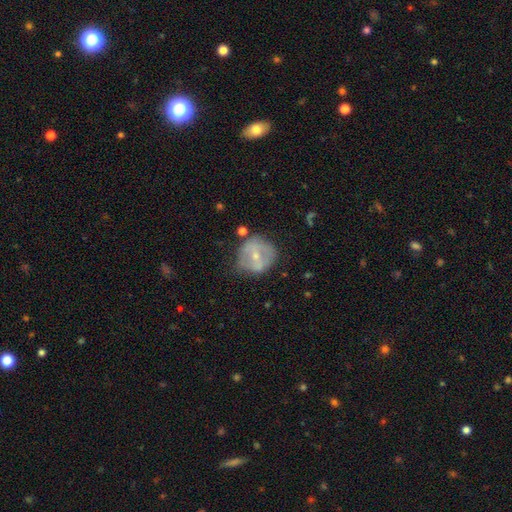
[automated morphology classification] smooth_or_featured: featured or disk (p=0.53) [alt: smooth p=0.38]
disk_edge_on: no (p=0.95) [alt: yes p=0.05]
bar: weak (p=0.38) [alt: no p=0.32]
has_spiral_arms: no (p=0.69) [alt: yes p=0.31]
bulge_size: small (p=0.63) [alt: moderate p=0.33]
merging: none (p=0.61) [alt: minor disturbance p=0.24]